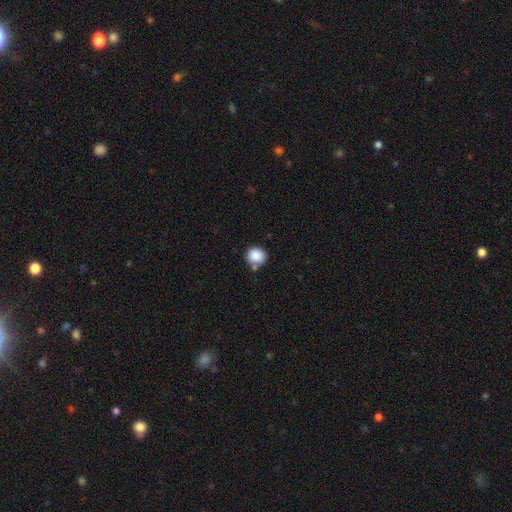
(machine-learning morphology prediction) smooth 87%, star or artifact 9%, featured or disk 4%. Down the decision tree: how rounded — round (89%); merging — none (74%).